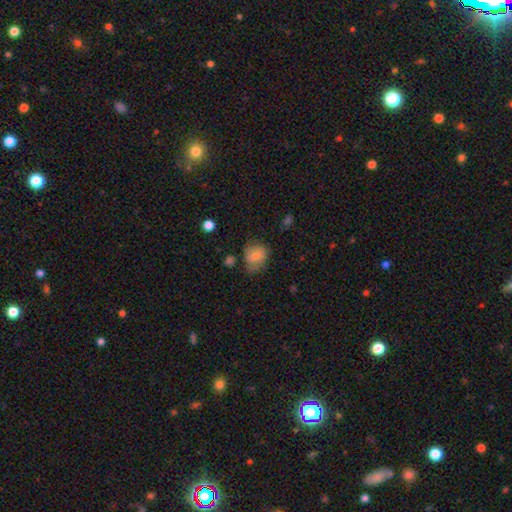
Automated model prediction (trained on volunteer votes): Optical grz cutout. It shows a smooth galaxy with no disk features (74%) that is round (58%). Merging: none (51%).